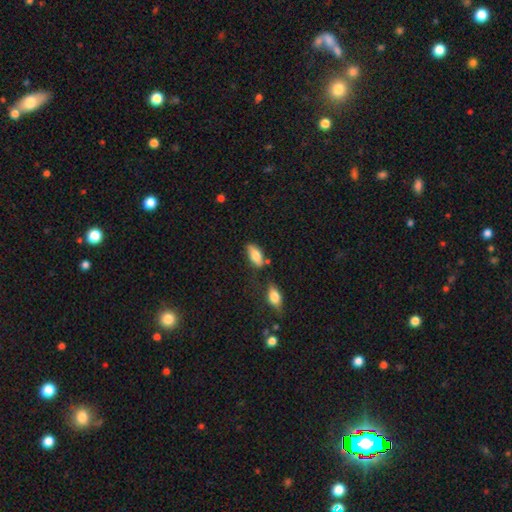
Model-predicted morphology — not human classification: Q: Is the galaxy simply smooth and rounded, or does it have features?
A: smooth — 78%.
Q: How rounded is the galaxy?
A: in between — 83%.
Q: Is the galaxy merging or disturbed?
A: none — 63%.